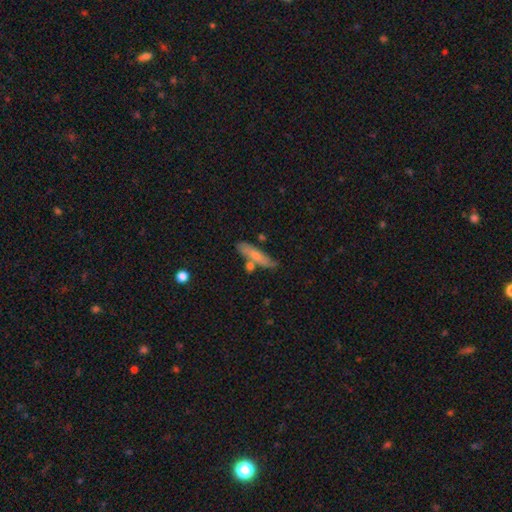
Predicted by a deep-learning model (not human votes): A smooth galaxy with no disk features (67%) that is cigar-shaped (71%). Merging: none (63%).